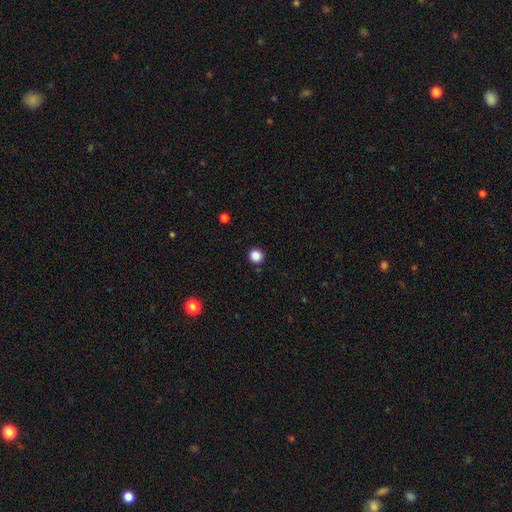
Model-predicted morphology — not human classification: Smooth or featured? Predicted: smooth (p=0.86). How rounded? Predicted: round (p=0.95). Merging? Predicted: none (p=0.92).